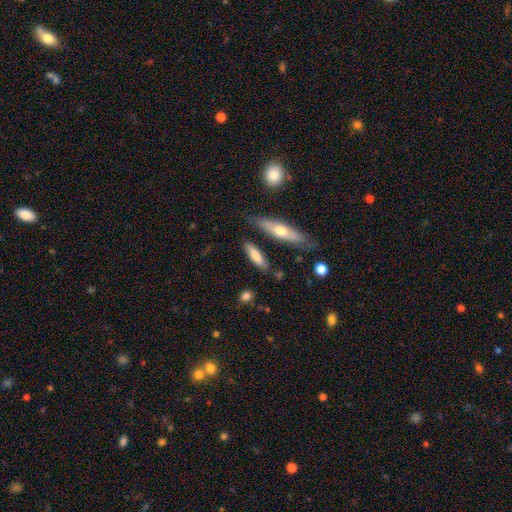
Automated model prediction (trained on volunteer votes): This appears to be a smooth galaxy with no disk features (72%) that is cigar-shaped (68%). Merging: none (78%).